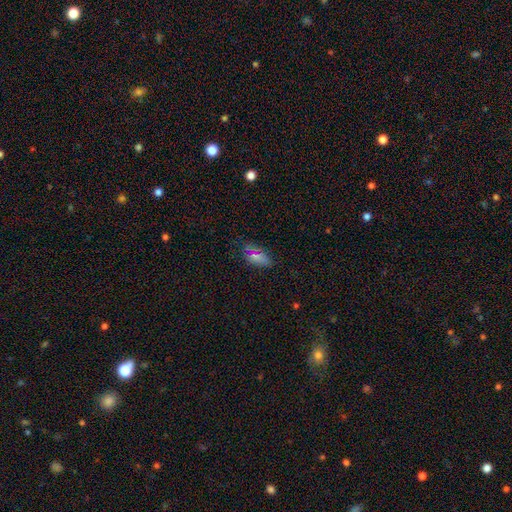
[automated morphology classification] The model was most divided on "smooth or featured": smooth: 69%, star or artifact: 22%, featured or disk: 9%. More confident: how rounded — in between (90%); merging — none (81%).